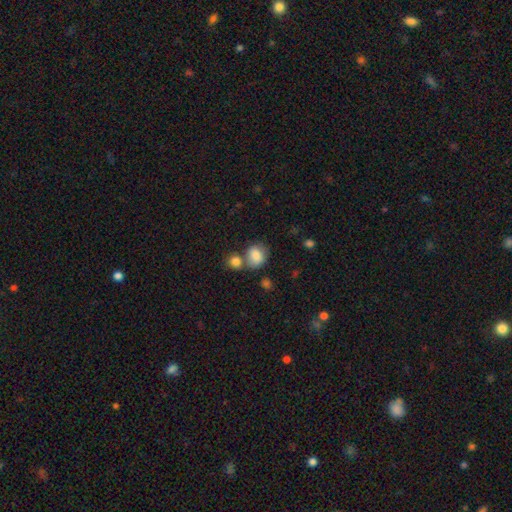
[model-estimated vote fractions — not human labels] This is clearly a smooth galaxy (81%). How rounded: possibly round (52%). Merging: possibly none (49%).